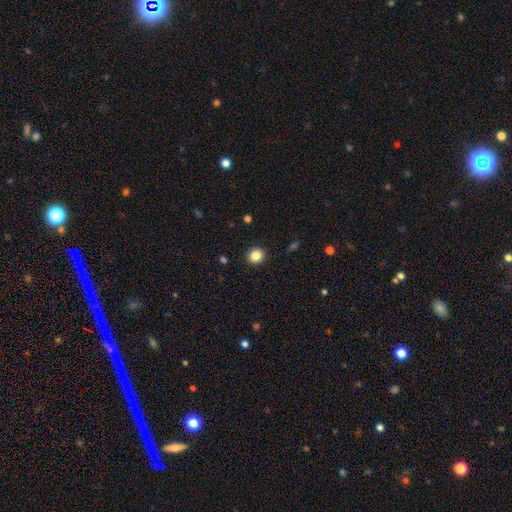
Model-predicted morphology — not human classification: Smooth or featured? smooth (85%)
How rounded? round (87%)
Merging? none (92%)